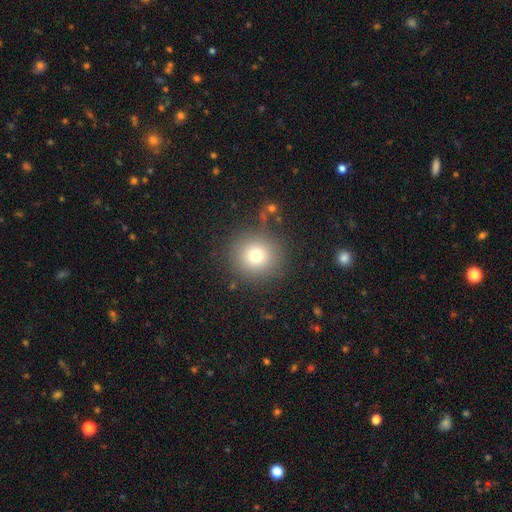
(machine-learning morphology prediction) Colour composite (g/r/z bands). It shows a smooth galaxy with no disk features (75%) that is round (94%). Merging: none (85%).